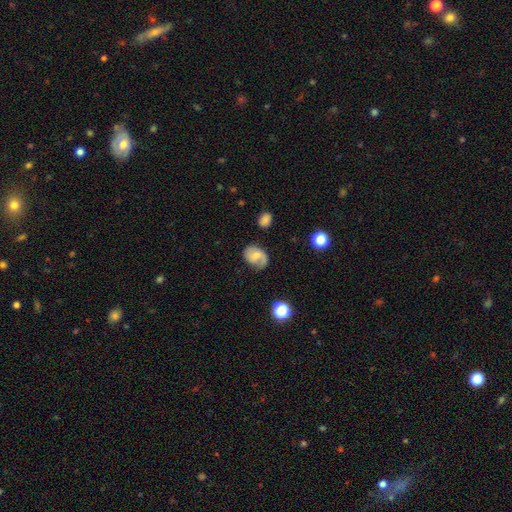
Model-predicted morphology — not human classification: smooth_or_featured: featured or disk (p=0.50) [alt: smooth p=0.41]
disk_edge_on: no (p=0.97) [alt: yes p=0.03]
merging: none (p=0.65) [alt: minor disturbance p=0.24]